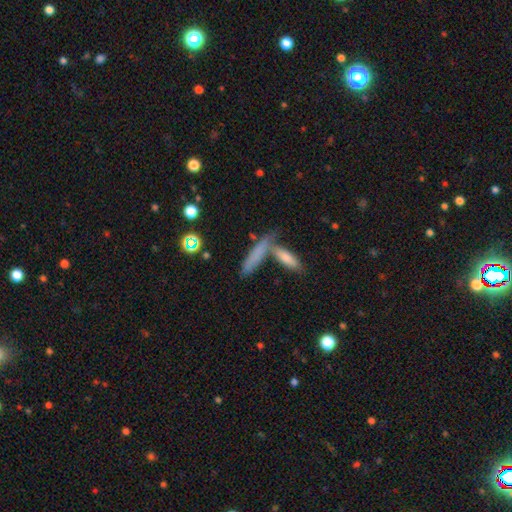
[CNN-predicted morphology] A smooth galaxy with no disk features (72%) that is cigar-shaped (79%).

Vote fractions:
- Smooth or featured? smooth: 72% / featured or disk: 19% / star or artifact: 10%
- How rounded? cigar-shaped: 79% / in between: 19% / round: 3%
- Merging? none: 51% / merger: 33% / minor disturbance: 11% / major disturbance: 5%